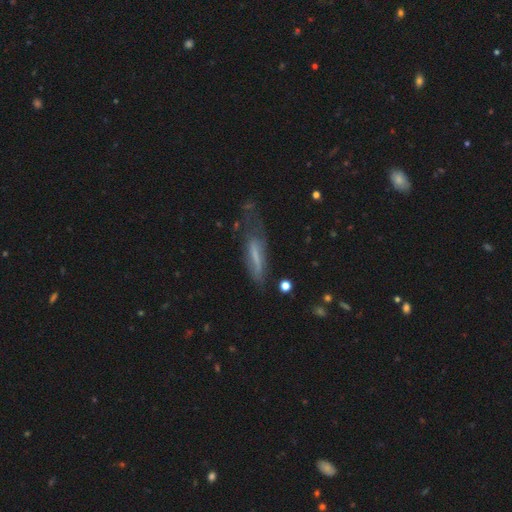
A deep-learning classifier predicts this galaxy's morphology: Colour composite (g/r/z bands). It shows a smooth galaxy with no disk features (48%). Merging: none (39%).